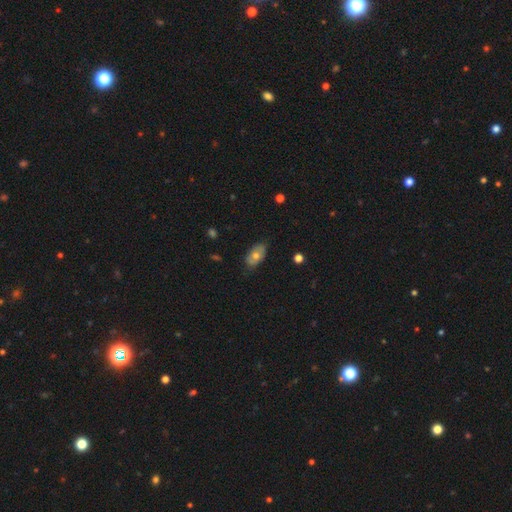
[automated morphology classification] Q: Smooth or featured?
A: smooth (64%); runner-up: featured or disk (28%)
Q: How rounded?
A: in between (90%); runner-up: round (7%)
Q: Merging?
A: none (75%); runner-up: minor disturbance (21%)